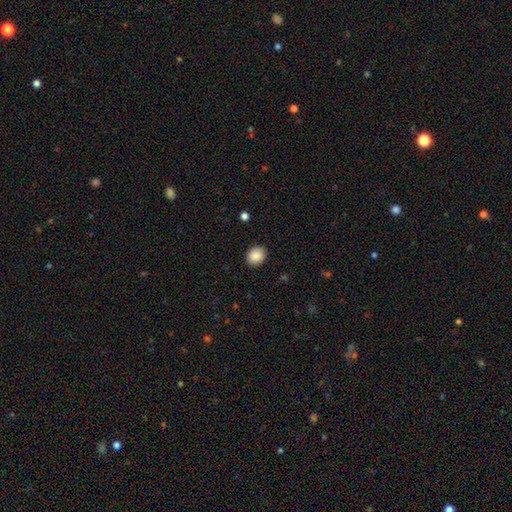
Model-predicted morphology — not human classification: smooth 89%, star or artifact 8%, featured or disk 4%. Down the decision tree: how rounded — round (56%); merging — none (90%).